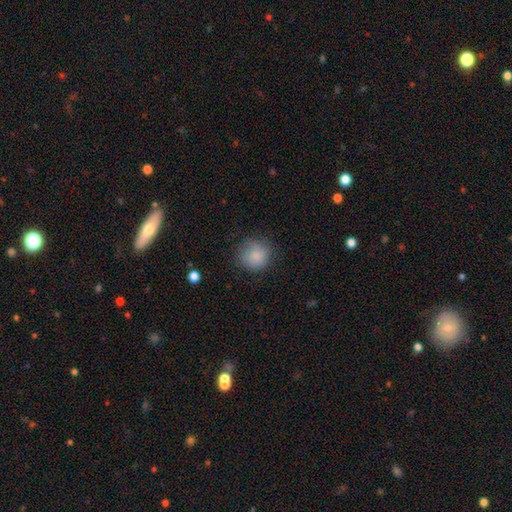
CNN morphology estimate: This appears to be a smooth galaxy with no disk features (85%) that is round (89%). Merging: none (76%).